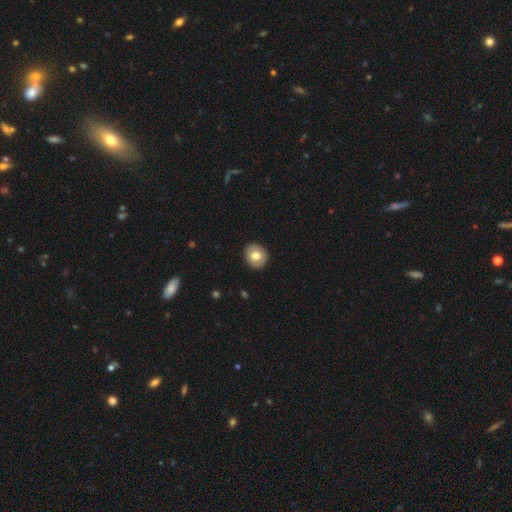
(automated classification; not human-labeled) This appears to be a smooth galaxy with no disk features (73%) that is round (77%). Merging: none (91%).